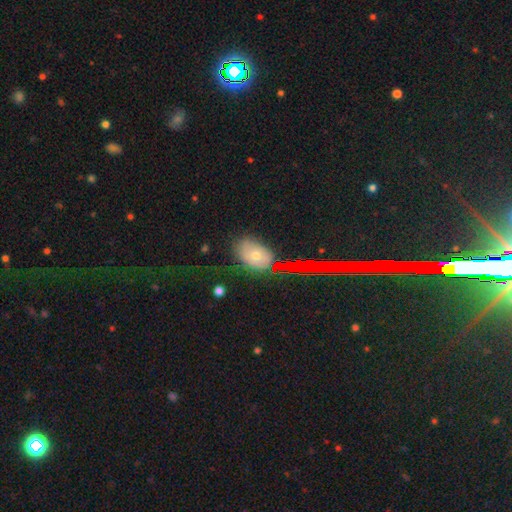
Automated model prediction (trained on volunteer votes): smooth-or-featured: smooth: 55% | featured or disk: 26% | star or artifact: 19%
  how-rounded: in between: 78% | round: 20% | cigar-shaped: 2%
  merging: none: 67% | minor disturbance: 21% | major disturbance: 7% | merger: 4%